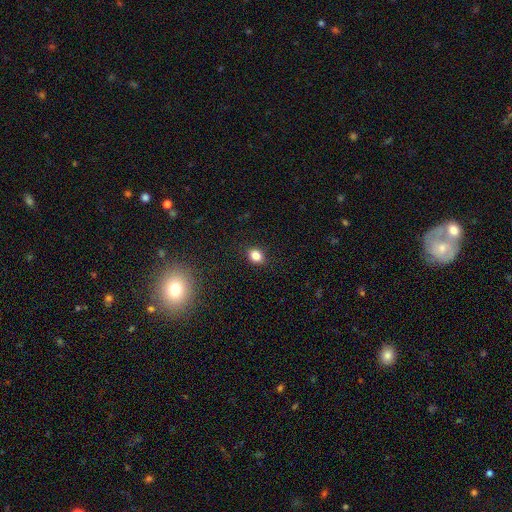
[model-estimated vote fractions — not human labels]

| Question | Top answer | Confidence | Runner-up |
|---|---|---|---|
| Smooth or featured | smooth | 83% | star or artifact (12%) |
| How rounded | in between | 58% | round (40%) |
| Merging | none | 88% | minor disturbance (8%) |